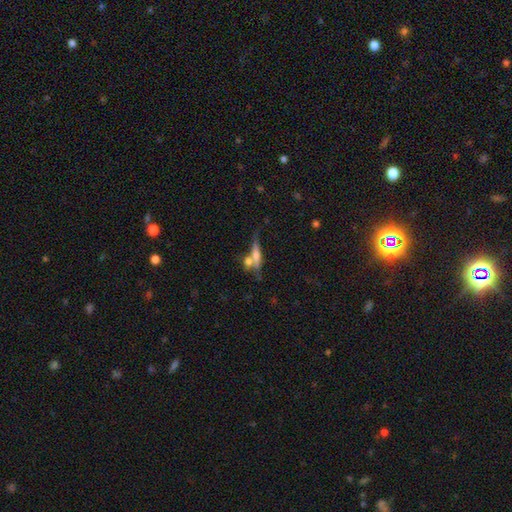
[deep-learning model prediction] Smooth or featured? Predicted: smooth (p=0.46). Merging? Predicted: none (p=0.46).